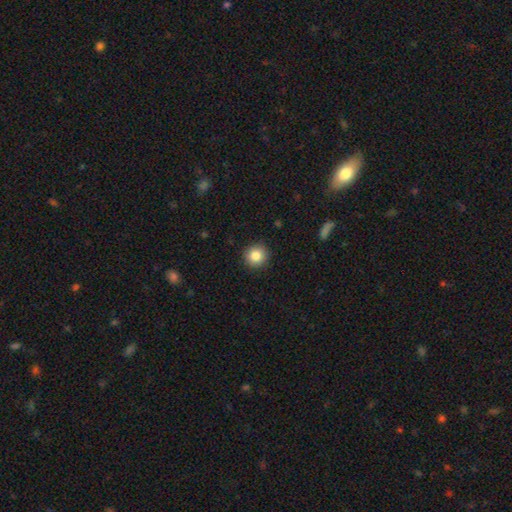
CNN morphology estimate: The model was most divided on "smooth or featured": smooth: 84%, star or artifact: 10%, featured or disk: 6%. More confident: how rounded — round (94%); merging — none (92%).